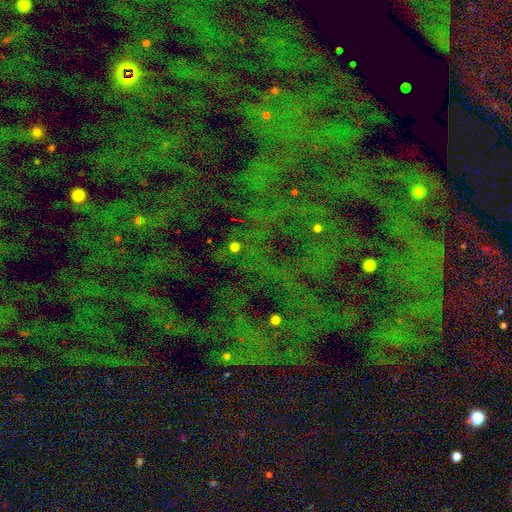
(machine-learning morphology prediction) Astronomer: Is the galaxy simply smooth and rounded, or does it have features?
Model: star or artifact — 80%.